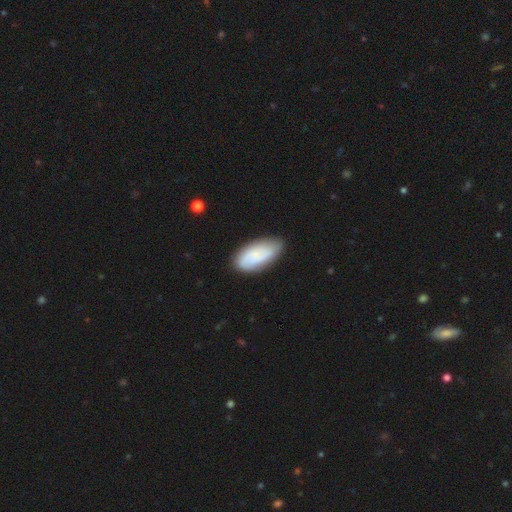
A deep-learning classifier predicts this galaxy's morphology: Overall: smooth (67%; featured or disk 27%). How rounded: in between (90%). Merging: none (76%).